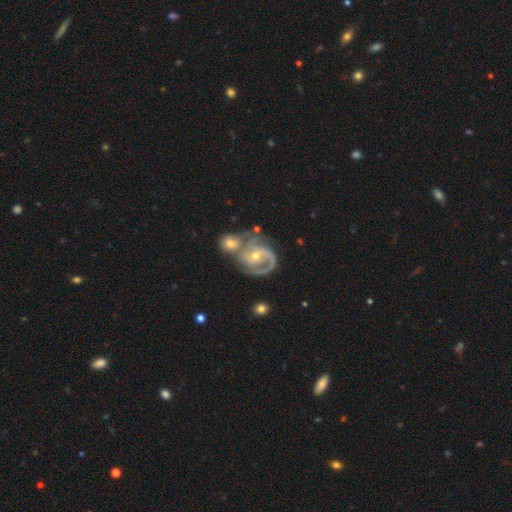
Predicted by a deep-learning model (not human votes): Smooth or featured? featured or disk (90%)
Edge-on disk? no (98%)
Bar? no (46%)
Spiral arms? yes (97%)
Spiral winding? tight (48%)
Spiral arm count? 2 (65%)
Bulge size? small (55%)
Merging? merger (42%)